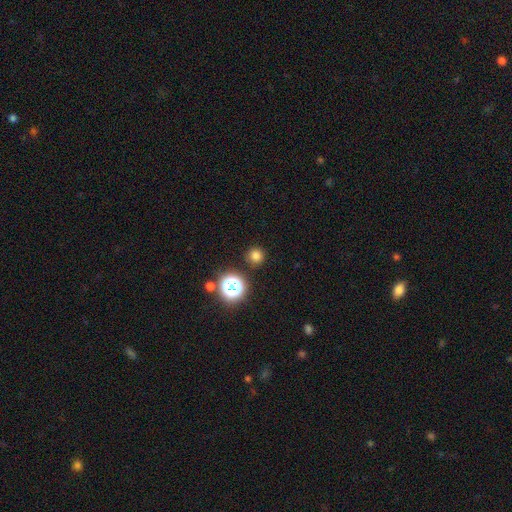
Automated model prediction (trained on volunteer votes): The model was most divided on "smooth or featured": smooth: 74%, star or artifact: 21%, featured or disk: 5%. More confident: how rounded — round (94%); merging — none (89%).